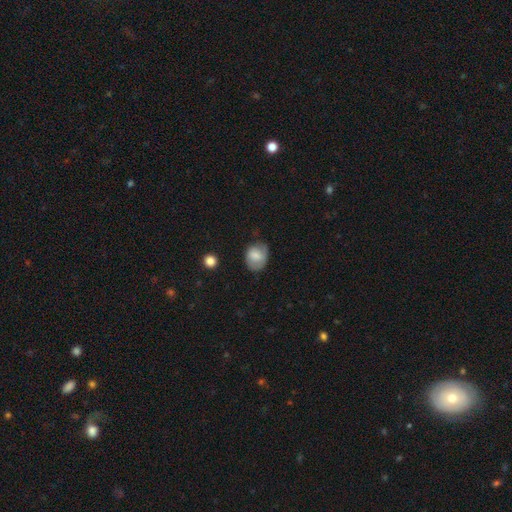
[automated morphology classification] The model was most divided on "how rounded": in between: 51%, round: 48%, cigar-shaped: 1%. More confident: smooth or featured — smooth (71%); merging — none (59%).